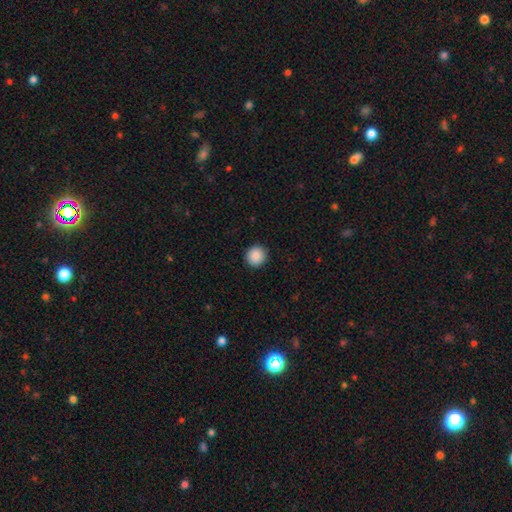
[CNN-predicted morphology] smooth 88%, star or artifact 8%, featured or disk 4%. Down the decision tree: how rounded — round (94%); merging — none (93%).